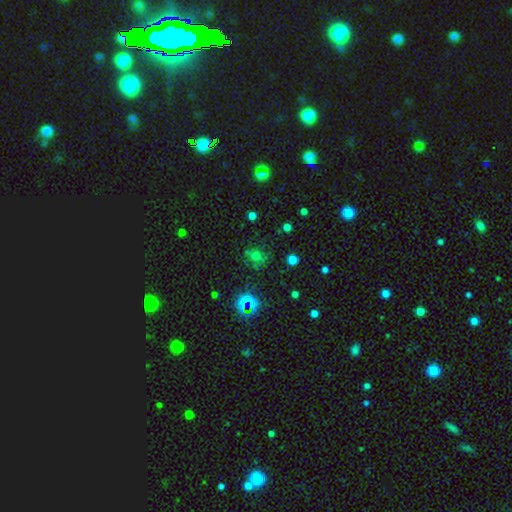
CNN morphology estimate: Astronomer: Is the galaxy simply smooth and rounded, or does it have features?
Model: smooth — 48% (runner-up: star or artifact, 38%).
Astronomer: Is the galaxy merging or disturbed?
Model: none — 68%.